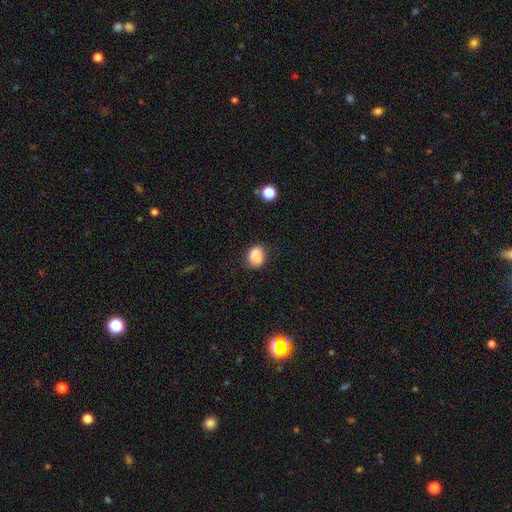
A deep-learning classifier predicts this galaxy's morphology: A smooth galaxy with no disk features (84%) that is in between round and cigar-shaped (53%). Merging: none (68%).